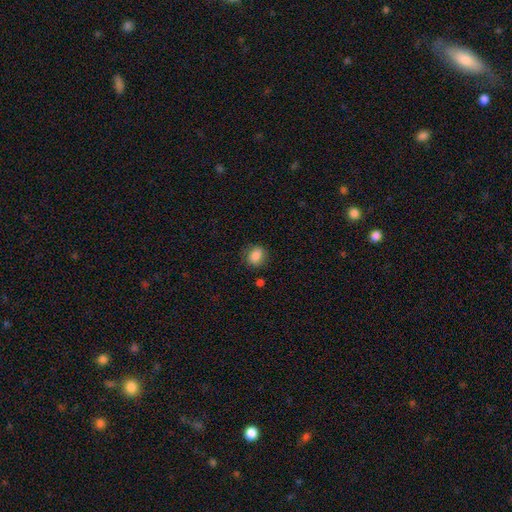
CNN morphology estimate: smooth_or_featured: smooth (p=0.86) [alt: star or artifact p=0.09]
how_rounded: round (p=0.56) [alt: in between p=0.43]
merging: none (p=0.79) [alt: minor disturbance p=0.15]